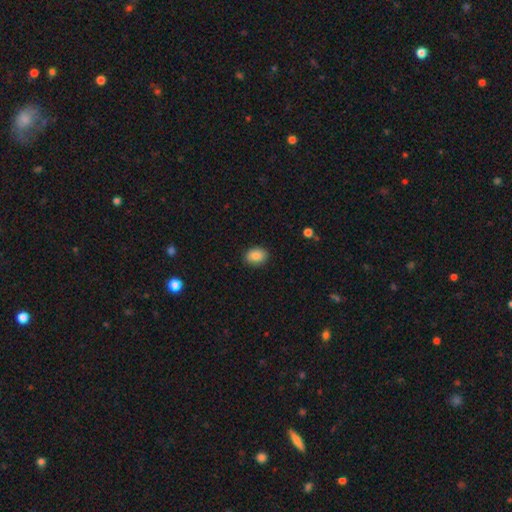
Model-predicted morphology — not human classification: Smooth or featured? Predicted: smooth (p=0.87). How rounded? Predicted: in between (p=0.68). Merging? Predicted: none (p=0.88).